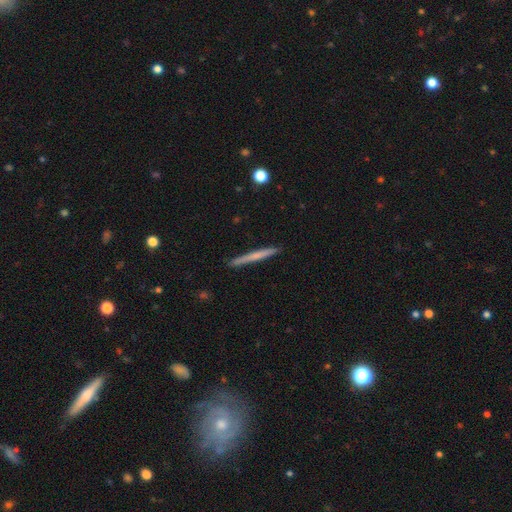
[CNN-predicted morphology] Q: Smooth or featured?
A: smooth (52%); runner-up: featured or disk (42%)
Q: How rounded?
A: cigar-shaped (97%); runner-up: in between (2%)
Q: Merging?
A: none (91%); runner-up: minor disturbance (7%)